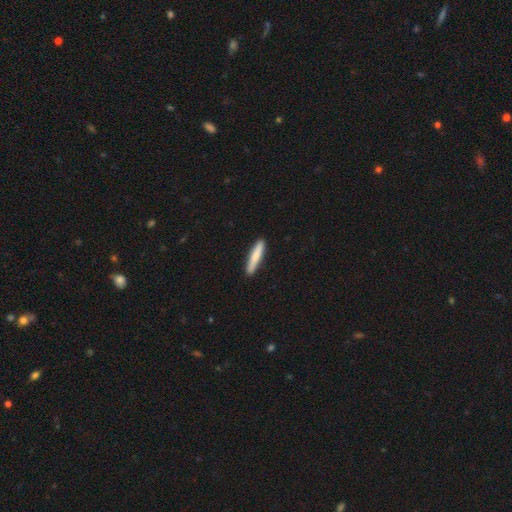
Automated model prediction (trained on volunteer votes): Q: Smooth or featured?
A: smooth (77%); runner-up: featured or disk (18%)
Q: How rounded?
A: cigar-shaped (92%); runner-up: in between (7%)
Q: Merging?
A: none (90%); runner-up: minor disturbance (7%)